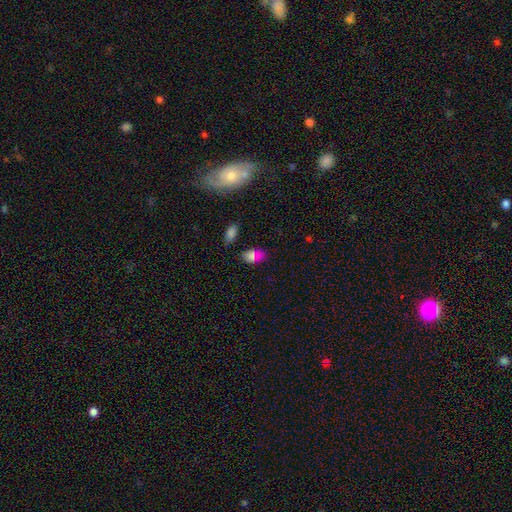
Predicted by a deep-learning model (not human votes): The model was most divided on "smooth or featured": smooth: 73%, star or artifact: 19%, featured or disk: 8%. More confident: how rounded — in between (90%); merging — none (74%).